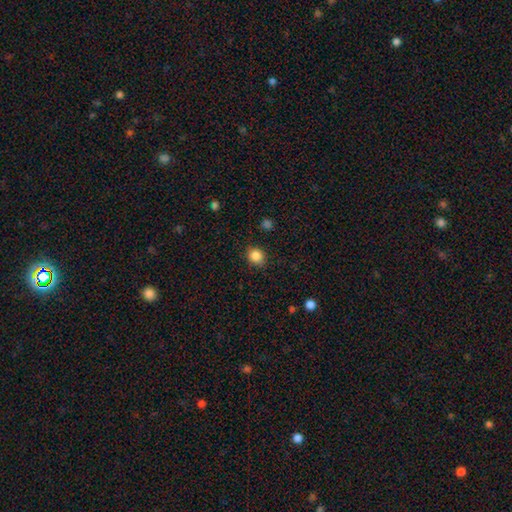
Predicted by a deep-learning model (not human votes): Overall: smooth (86%). How rounded: round (75%). Merging: none (86%).